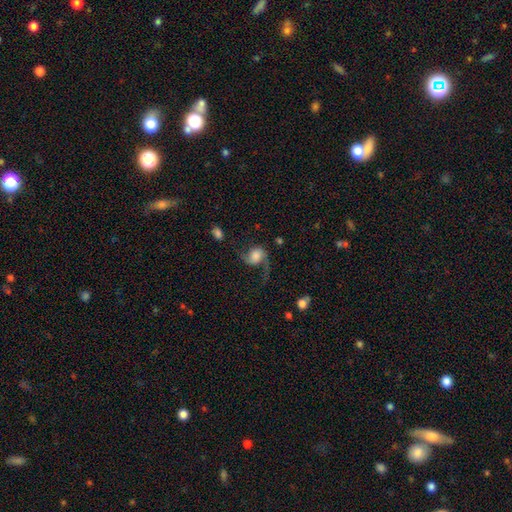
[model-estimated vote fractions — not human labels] Overall: featured or disk (68%). Edge-on disk: no (98%). Bar: no (65%; weak 28%). Spiral arms: yes (94%). Spiral arm count: 2 (77%). Spiral winding: loose (75%). Bulge size: large (37%; moderate 22%). Merging: none (48%; major disturbance 29%).